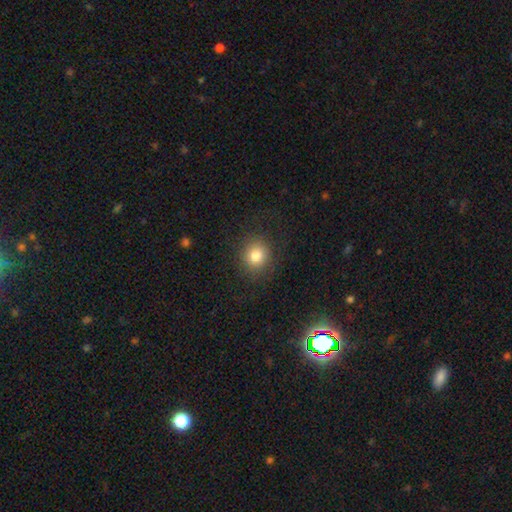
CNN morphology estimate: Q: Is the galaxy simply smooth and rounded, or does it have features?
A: smooth — 81%.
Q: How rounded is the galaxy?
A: round — 84%.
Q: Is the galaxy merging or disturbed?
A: none — 85%.